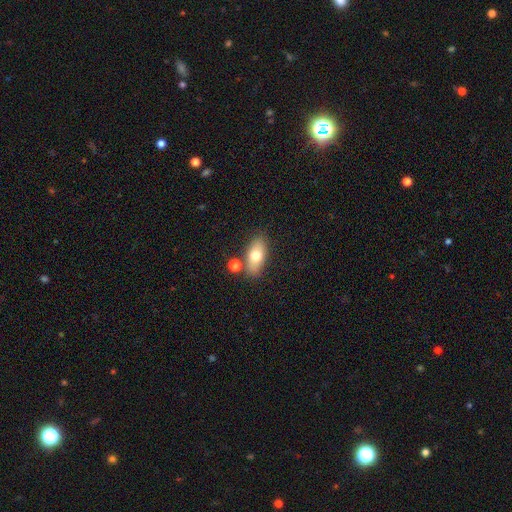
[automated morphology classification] smooth_or_featured: smooth (p=0.72) [alt: featured or disk p=0.20]
how_rounded: in between (p=0.85) [alt: cigar-shaped p=0.09]
merging: none (p=0.75) [alt: minor disturbance p=0.12]